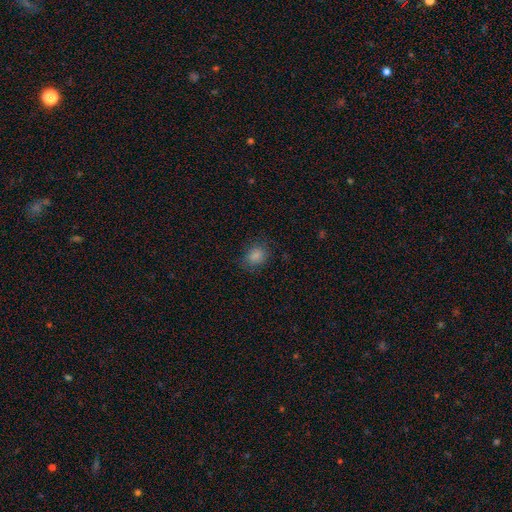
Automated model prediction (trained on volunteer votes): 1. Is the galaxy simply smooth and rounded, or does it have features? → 83% smooth, 10% star or artifact, 8% featured or disk.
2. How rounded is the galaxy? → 52% round, 47% in between, 1% cigar-shaped.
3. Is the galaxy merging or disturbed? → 74% none, 18% minor disturbance, 7% major disturbance, 1% merger.